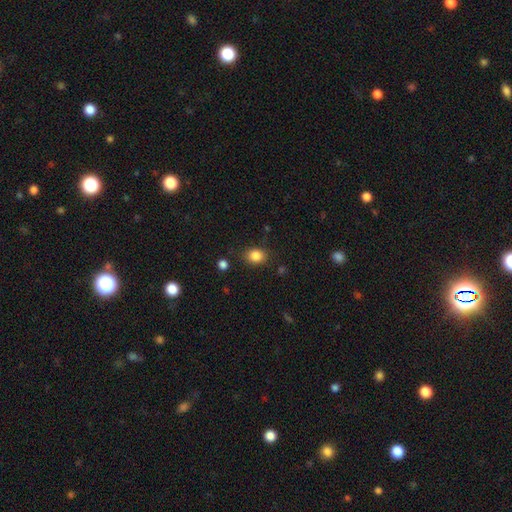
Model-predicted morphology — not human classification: smooth-or-featured: smooth: 85% | star or artifact: 10% | featured or disk: 5%
  how-rounded: round: 53% | in between: 46% | cigar-shaped: 1%
  merging: none: 81% | minor disturbance: 13% | major disturbance: 4% | merger: 2%